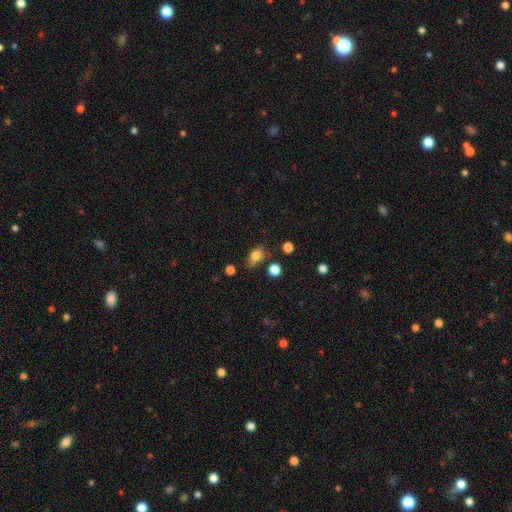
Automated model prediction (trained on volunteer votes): smooth-or-featured: smooth: 73% | featured or disk: 15% | star or artifact: 11%
  how-rounded: in between: 74% | round: 20% | cigar-shaped: 5%
  merging: none: 64% | minor disturbance: 24% | major disturbance: 6% | merger: 5%